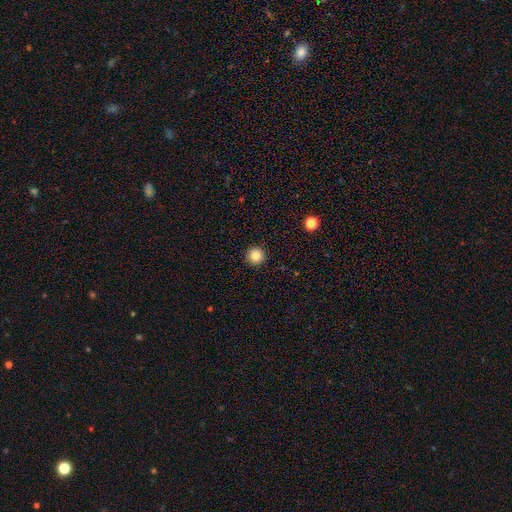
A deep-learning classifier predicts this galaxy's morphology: type=smooth (84%); roundness=round (96%); merging=none (93%).